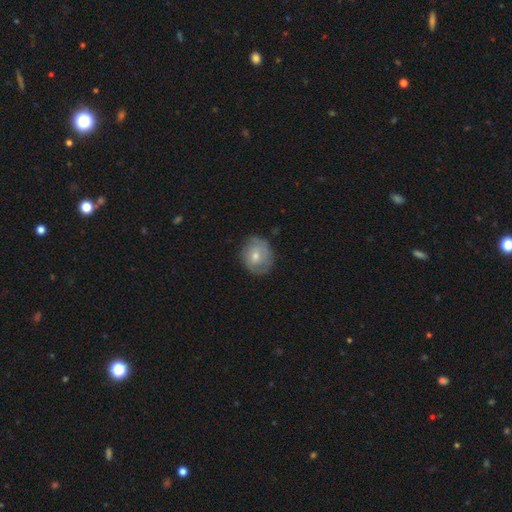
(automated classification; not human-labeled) Smooth or featured? Predicted: featured or disk (p=0.48). Merging? Predicted: none (p=0.76).